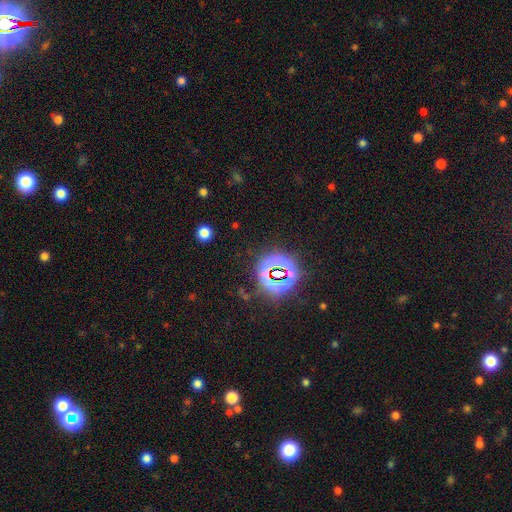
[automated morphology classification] A star or artifact, not a galaxy (83%).

Vote fractions:
- Smooth or featured? star or artifact: 83% / smooth: 10% / featured or disk: 7%